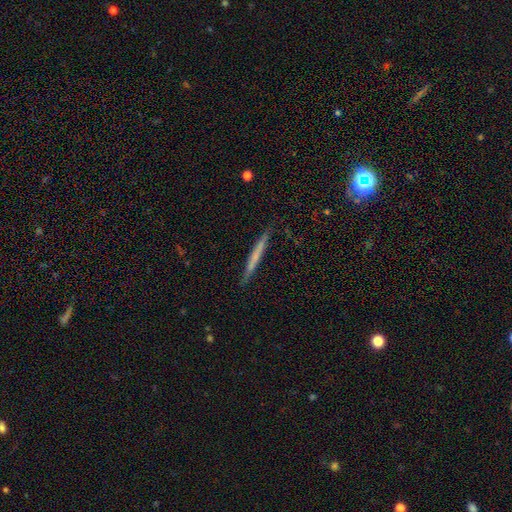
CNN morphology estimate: smooth-or-featured: smooth: 51% | featured or disk: 43% | star or artifact: 7%
  how-rounded: cigar-shaped: 96% | in between: 2% | round: 2%
  merging: none: 88% | minor disturbance: 9% | major disturbance: 2% | merger: 1%